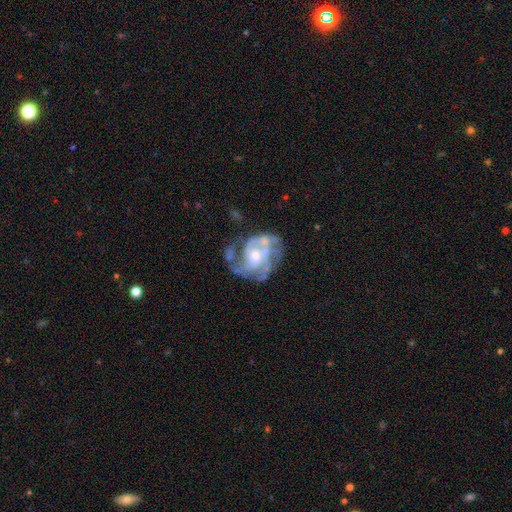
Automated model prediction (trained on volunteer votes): smooth-or-featured: featured or disk: 85% | smooth: 9% | star or artifact: 6%
  disk-edge-on: no: 98% | yes: 2%
    bar: no: 69% | weak: 26% | strong: 5%
    has-spiral-arms: yes: 91% | no: 9%
      spiral-winding: medium: 43% | tight: 42% | loose: 15%
      spiral-arm-count: 3: 30% | can't tell: 26% | 2: 17% | 4: 15% | more than 4: 6% | 1: 6%
    bulge-size: moderate: 62% | small: 23% | large: 10% | none: 3% | dominant: 1%
  merging: none: 51% | minor disturbance: 22% | major disturbance: 21% | merger: 5%